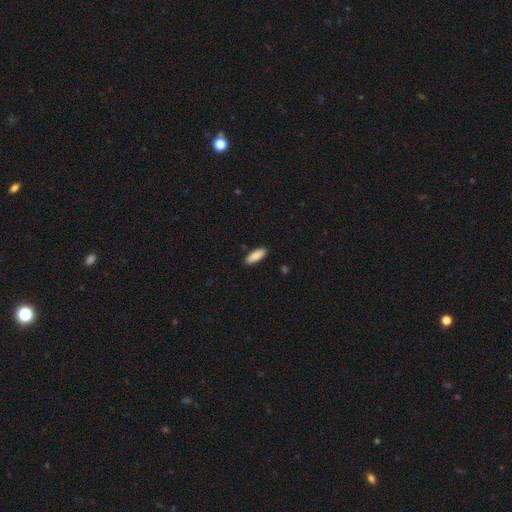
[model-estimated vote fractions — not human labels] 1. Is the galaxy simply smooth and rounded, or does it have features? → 88% smooth, 6% featured or disk, 6% star or artifact.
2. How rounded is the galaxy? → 73% in between, 26% cigar-shaped, 2% round.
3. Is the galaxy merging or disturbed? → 89% none, 8% minor disturbance, 2% major disturbance, 1% merger.